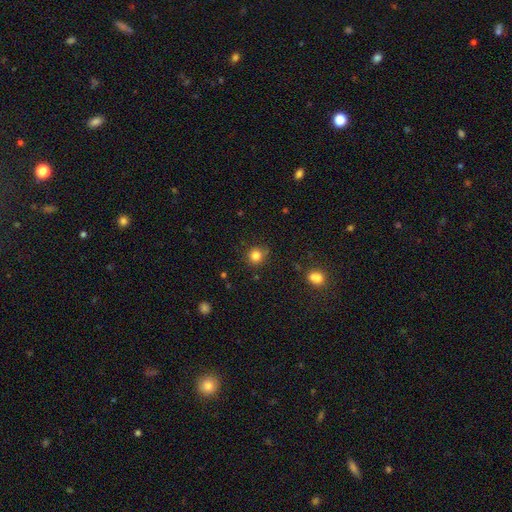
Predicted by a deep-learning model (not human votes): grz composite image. It shows a smooth galaxy with no disk features (82%) that is round (89%). Merging: none (79%).